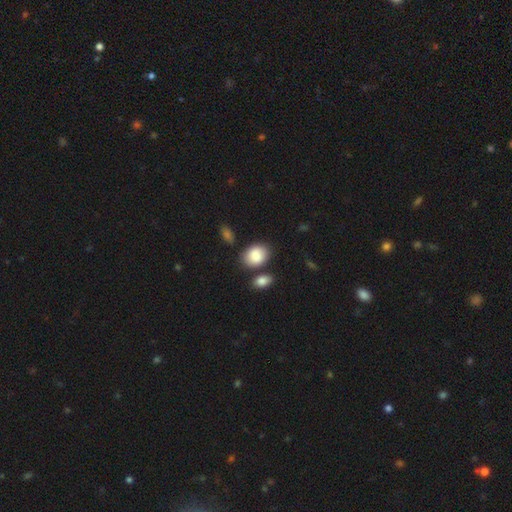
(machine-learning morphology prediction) Overall: smooth (87%). How rounded: in between (71%). Merging: none (69%).